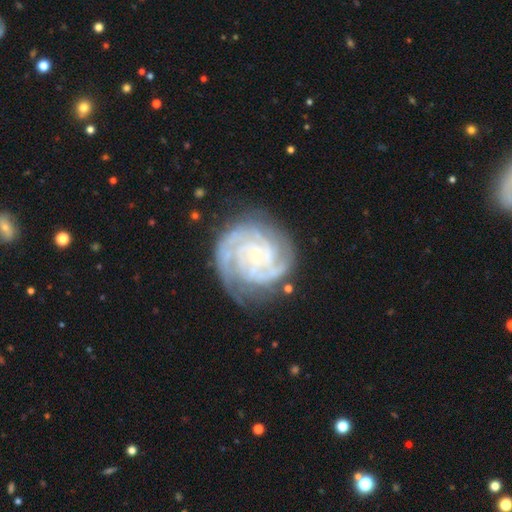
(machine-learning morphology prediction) Q: Smooth or featured?
A: featured or disk (90%); runner-up: star or artifact (5%)
Q: Edge-on disk?
A: no (98%); runner-up: yes (2%)
Q: Bar?
A: no (63%); runner-up: weak (28%)
Q: Spiral arms?
A: yes (98%); runner-up: no (2%)
Q: Spiral winding?
A: tight (76%); runner-up: medium (21%)
Q: Spiral arm count?
A: 3 (30%); runner-up: 2 (26%)
Q: Bulge size?
A: small (82%); runner-up: moderate (12%)
Q: Merging?
A: none (75%); runner-up: minor disturbance (17%)